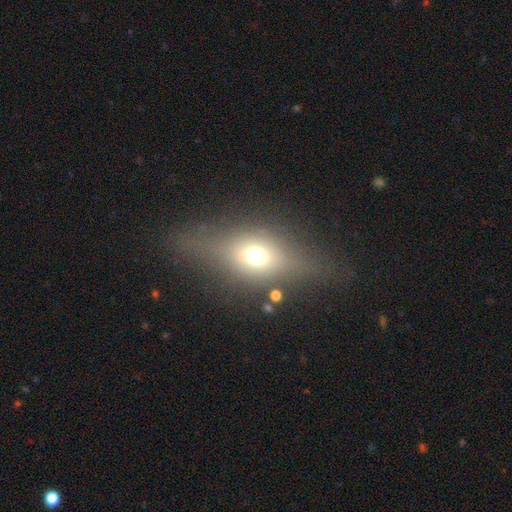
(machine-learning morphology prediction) smooth-or-featured: smooth: 51% | featured or disk: 33% | star or artifact: 15%
  how-rounded: in between: 56% | round: 30% | cigar-shaped: 14%
  merging: none: 69% | minor disturbance: 16% | major disturbance: 11% | merger: 3%